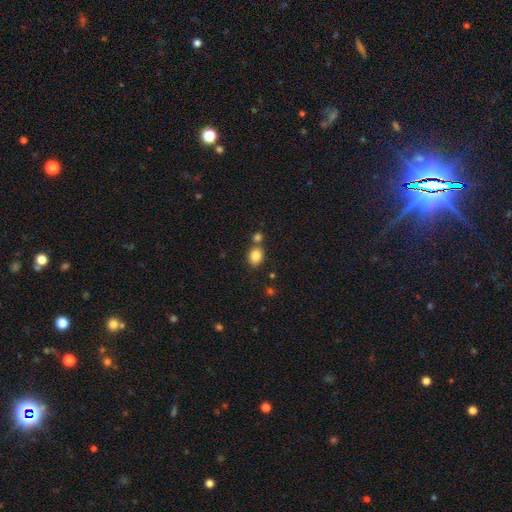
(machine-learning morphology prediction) Overall: smooth (85%). How rounded: in between (52%; round 47%). Merging: none (64%).